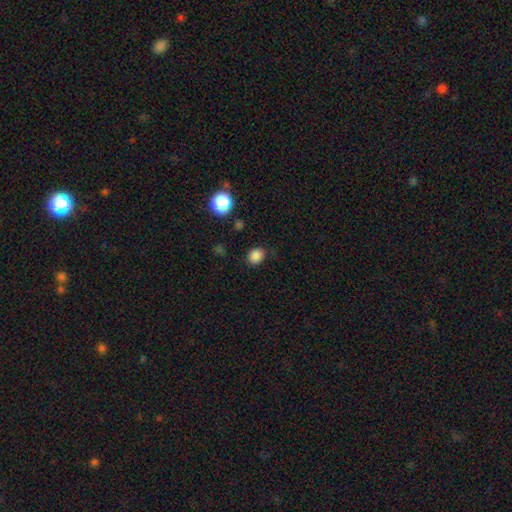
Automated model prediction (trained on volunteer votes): The model was most divided on "how rounded": round: 68%, in between: 31%, cigar-shaped: 1%. More confident: merging — none (85%); smooth or featured — smooth (85%).